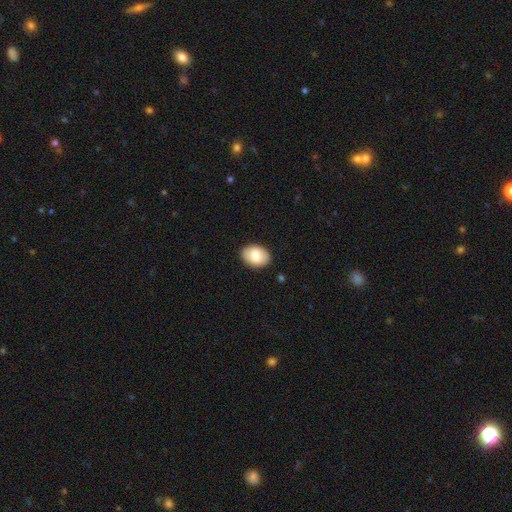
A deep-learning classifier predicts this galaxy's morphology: Smooth or featured? smooth (77%)
How rounded? in between (80%)
Merging? none (89%)